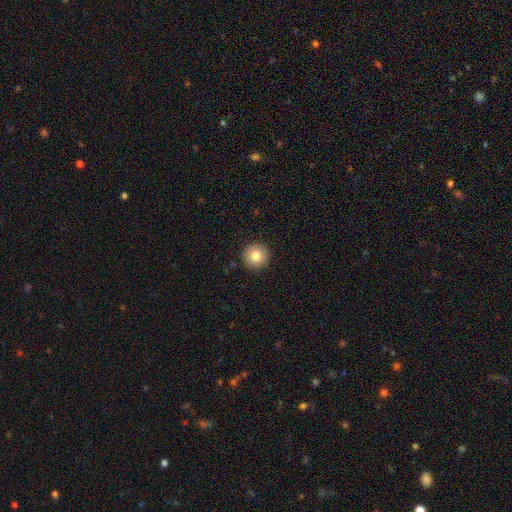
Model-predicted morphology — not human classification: type=smooth (82%); roundness=round (96%); merging=none (93%).